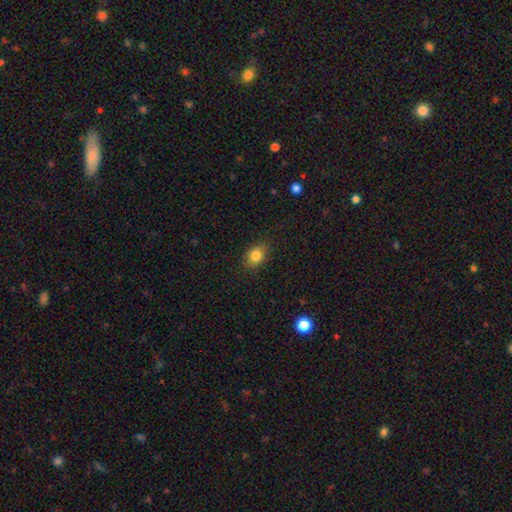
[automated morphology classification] Overall: smooth (82%). How rounded: in between (64%; round 34%). Merging: none (85%).